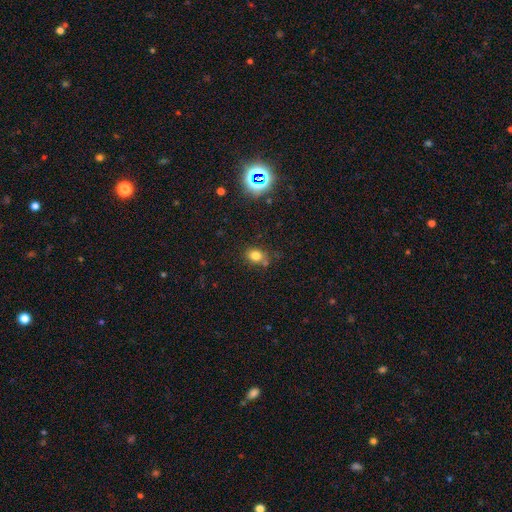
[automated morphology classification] smooth-or-featured: smooth: 77% | star or artifact: 15% | featured or disk: 8%
  how-rounded: in between: 52% | round: 47% | cigar-shaped: 1%
  merging: none: 67% | minor disturbance: 17% | merger: 11% | major disturbance: 5%